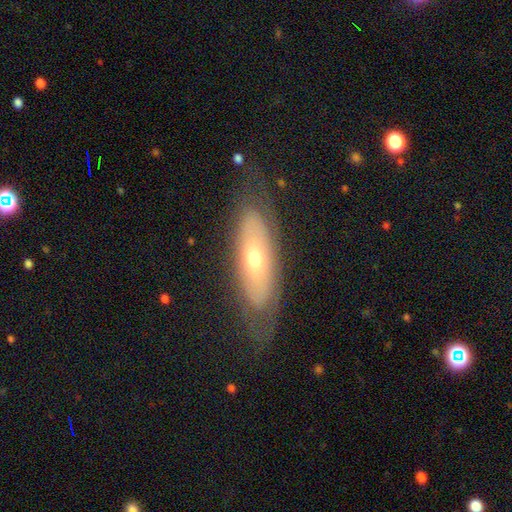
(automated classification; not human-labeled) Morphology: type=featured or disk (47%); merging=none (68%).